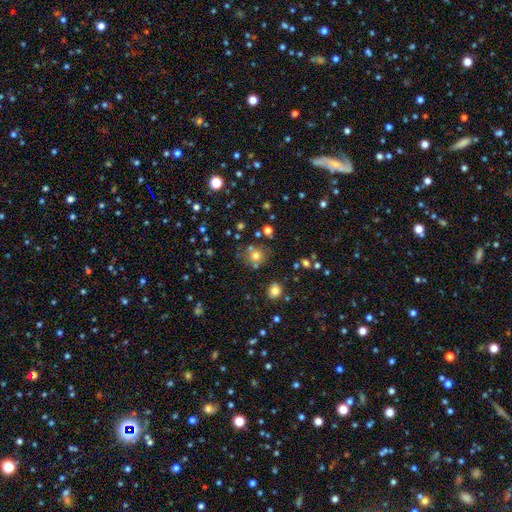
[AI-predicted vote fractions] Smooth or featured: smooth — 71% (star or artifact — 18%)
How rounded: round — 82% (in between — 17%)
Merging: none — 68% (merger — 14%)